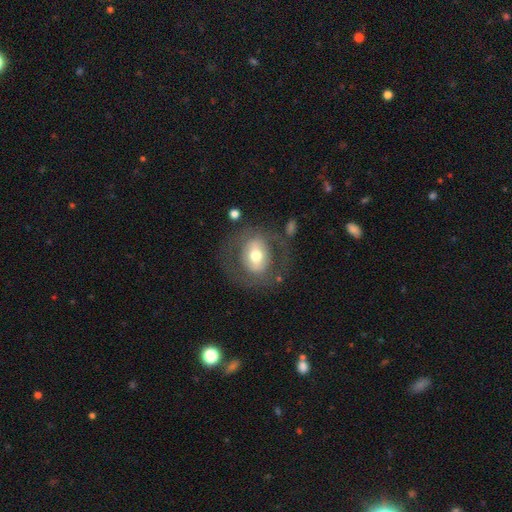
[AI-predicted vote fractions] featured or disk 51%, smooth 42%, star or artifact 7%. Down the decision tree: edge-on disk — no (93%); merging — none (69%).